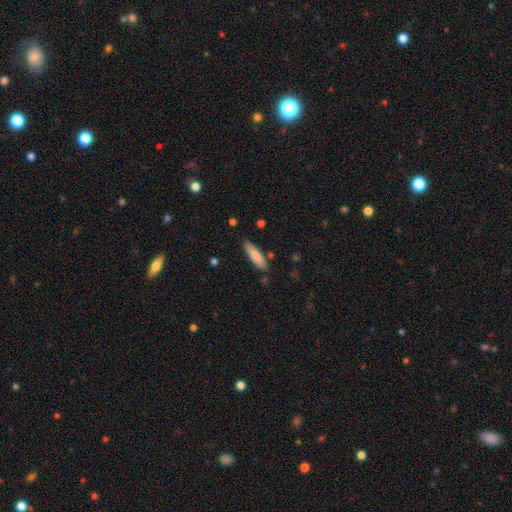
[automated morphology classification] Smooth or featured?
  - smooth: 84% *
  - featured or disk: 10%
  - star or artifact: 6%
How rounded?
  - cigar-shaped: 61% *
  - in between: 38%
  - round: 1%
Merging?
  - none: 80% *
  - minor disturbance: 15%
  - merger: 3%
  - major disturbance: 3%